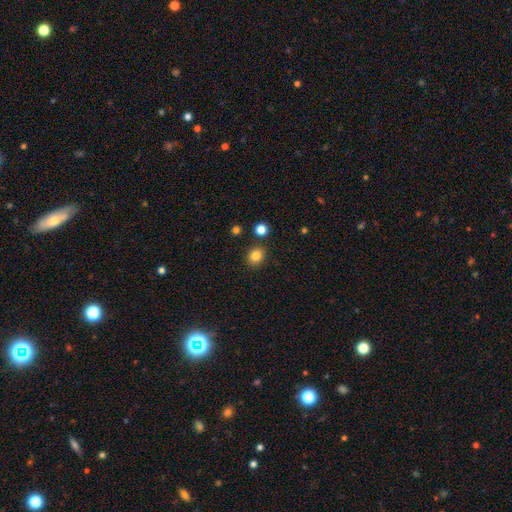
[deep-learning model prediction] Q: Smooth or featured?
A: smooth (83%); runner-up: star or artifact (12%)
Q: How rounded?
A: round (67%); runner-up: in between (32%)
Q: Merging?
A: none (85%); runner-up: minor disturbance (8%)